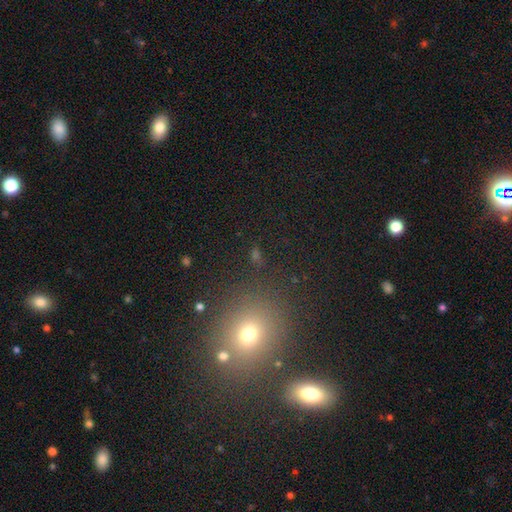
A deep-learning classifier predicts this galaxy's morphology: This is possibly a smooth galaxy (54%). How rounded: likely round (64%). Merging: clearly none (81%).